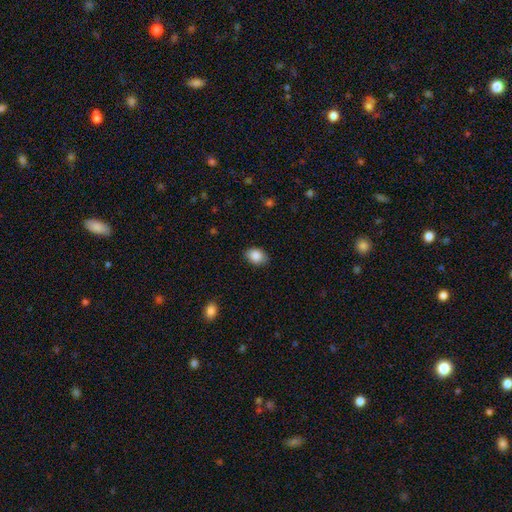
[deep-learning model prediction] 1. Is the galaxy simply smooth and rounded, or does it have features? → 88% smooth, 8% star or artifact, 5% featured or disk.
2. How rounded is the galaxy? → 74% in between, 25% round, 1% cigar-shaped.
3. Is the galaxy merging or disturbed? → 83% none, 13% minor disturbance, 3% major disturbance, 1% merger.